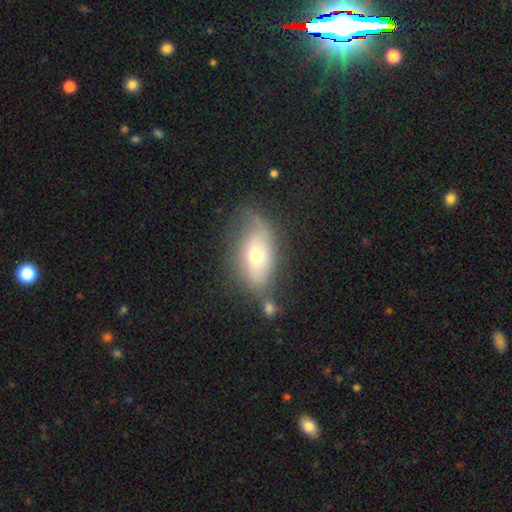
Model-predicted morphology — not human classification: Smooth or featured: smooth — 54% (featured or disk — 38%)
How rounded: in between — 87% (round — 7%)
Merging: none — 48% (minor disturbance — 28%)